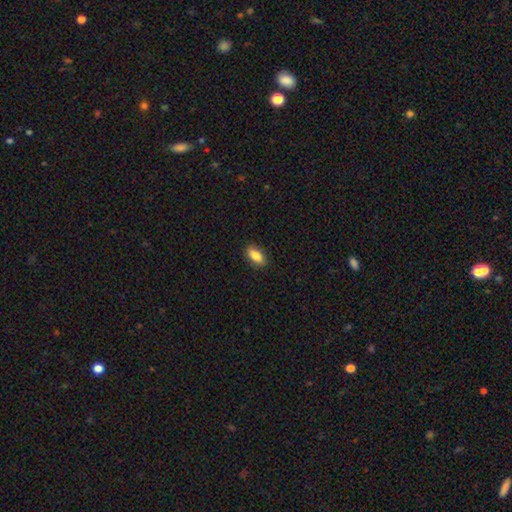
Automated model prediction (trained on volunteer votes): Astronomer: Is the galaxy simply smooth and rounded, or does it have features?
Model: smooth — 84%.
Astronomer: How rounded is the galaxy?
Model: in between — 88%.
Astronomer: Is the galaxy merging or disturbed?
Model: none — 87%.